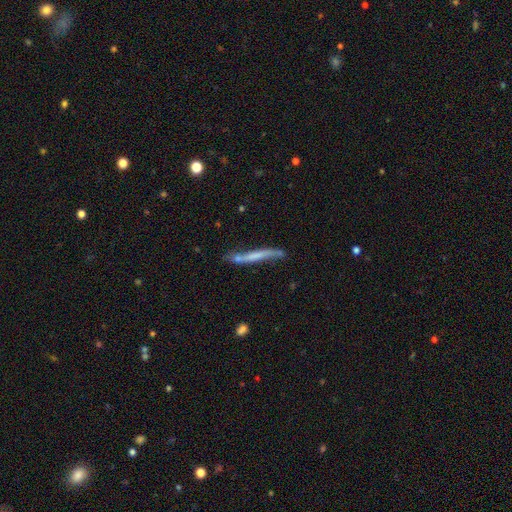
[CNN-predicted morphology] Overall: smooth (48%; featured or disk 46%). Merging: none (58%; minor disturbance 24%).